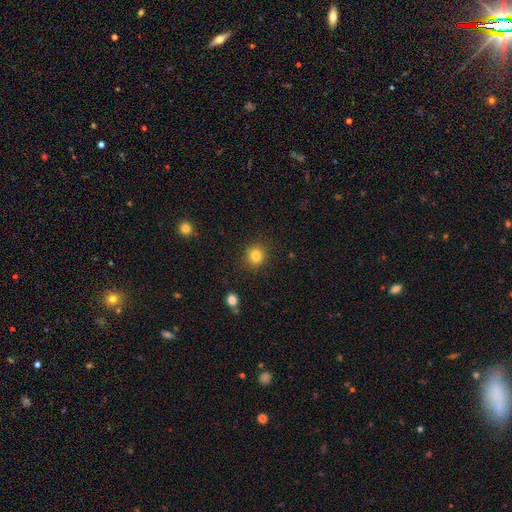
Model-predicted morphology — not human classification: A smooth galaxy with no disk features (83%) that is round (90%). Merging: none (89%).